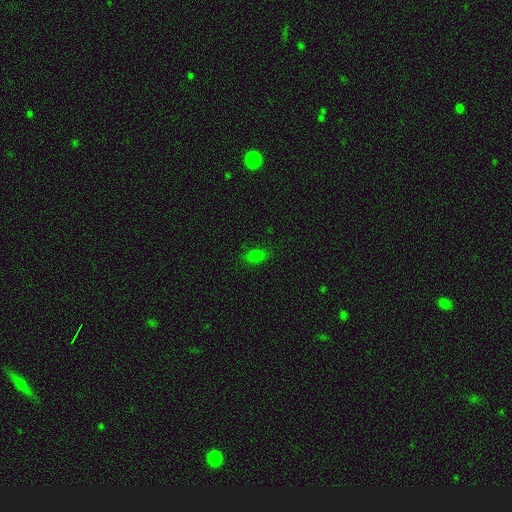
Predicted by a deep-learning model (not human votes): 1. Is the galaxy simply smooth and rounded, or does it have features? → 78% smooth, 16% star or artifact, 6% featured or disk.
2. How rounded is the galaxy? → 82% in between, 13% round, 4% cigar-shaped.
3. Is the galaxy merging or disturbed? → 83% none, 13% minor disturbance, 3% major disturbance, 1% merger.